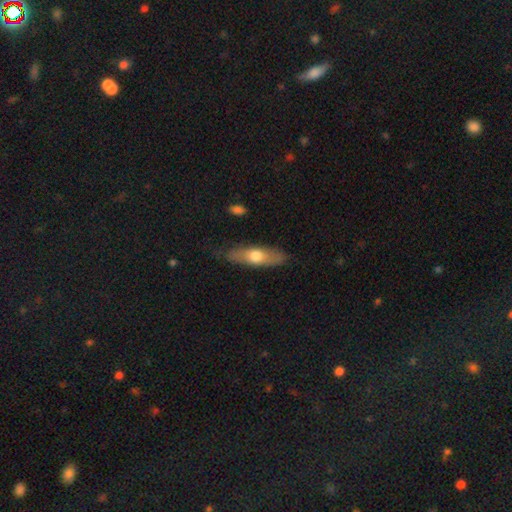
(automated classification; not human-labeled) Smooth or featured?
  - smooth: 56% *
  - featured or disk: 39%
  - star or artifact: 5%
How rounded?
  - cigar-shaped: 56% *
  - in between: 41%
  - round: 3%
Merging?
  - none: 77% *
  - minor disturbance: 18%
  - major disturbance: 4%
  - merger: 1%